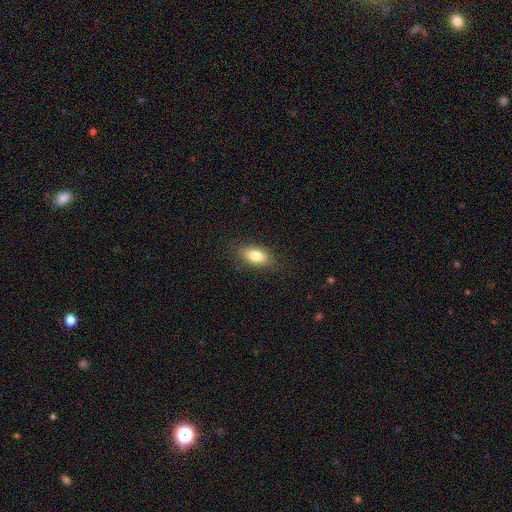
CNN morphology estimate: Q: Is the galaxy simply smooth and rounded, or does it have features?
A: smooth — 79%.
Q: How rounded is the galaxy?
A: in between — 83%.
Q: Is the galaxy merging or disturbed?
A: none — 85%.